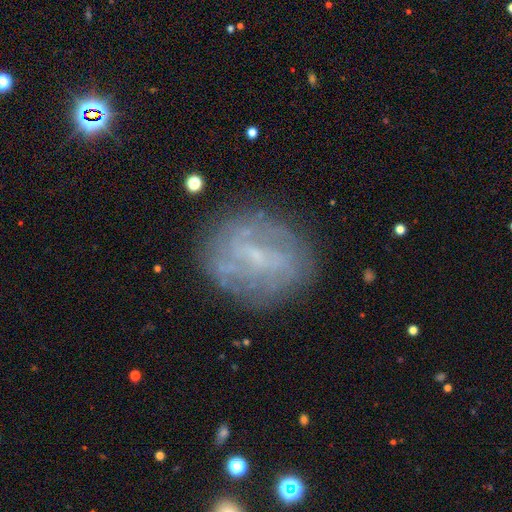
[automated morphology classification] featured or disk 64%, smooth 25%, star or artifact 11%. Down the decision tree: edge-on disk — no (96%); bar — weak (48%); spiral arms — yes (55%); bulge size — small (63%); merging — none (76%).